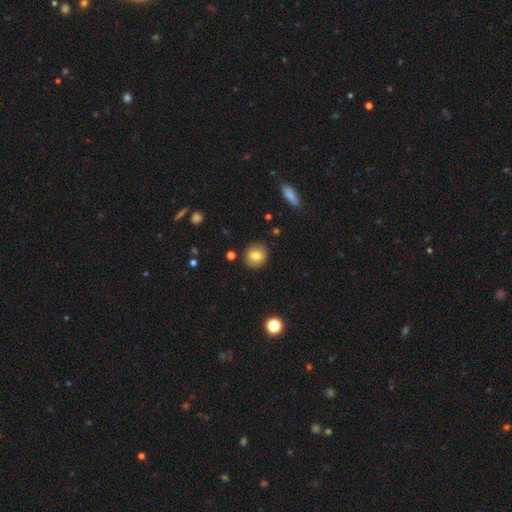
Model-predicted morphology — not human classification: Smooth or featured? smooth (77%)
How rounded? round (84%)
Merging? none (89%)